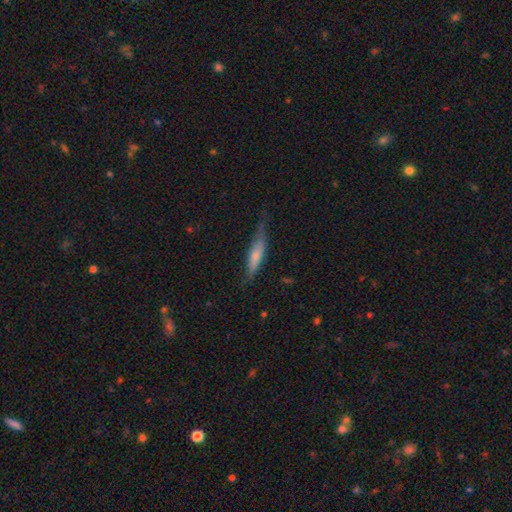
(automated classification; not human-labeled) Morphology: type=smooth (62%); roundness=cigar-shaped (78%); merging=none (64%).